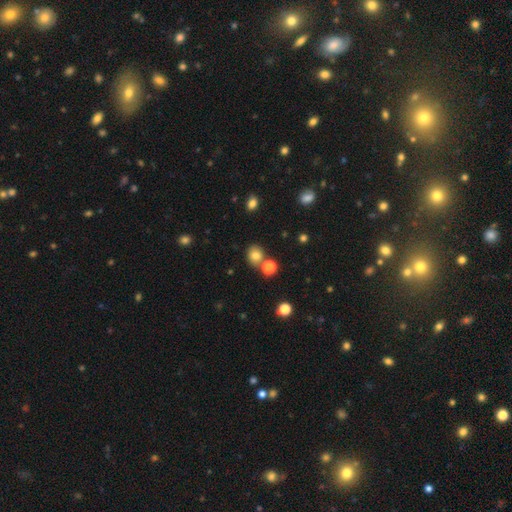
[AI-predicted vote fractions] Overall: smooth (79%). How rounded: round (75%). Merging: none (71%).